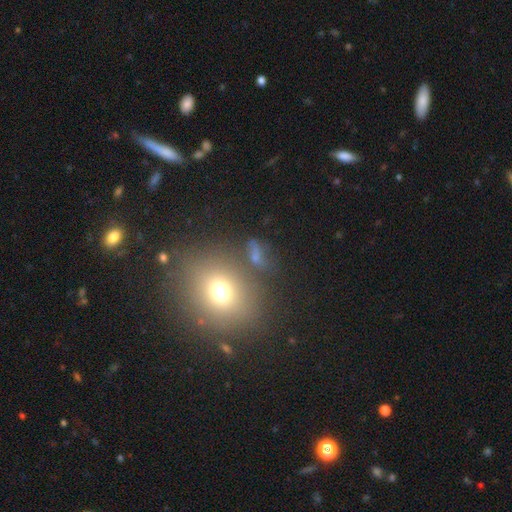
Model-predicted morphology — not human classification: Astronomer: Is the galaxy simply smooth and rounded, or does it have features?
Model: smooth — 53% (runner-up: star or artifact, 28%).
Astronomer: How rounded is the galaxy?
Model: round — 52% (runner-up: in between, 41%).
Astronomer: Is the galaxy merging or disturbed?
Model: none — 70%.